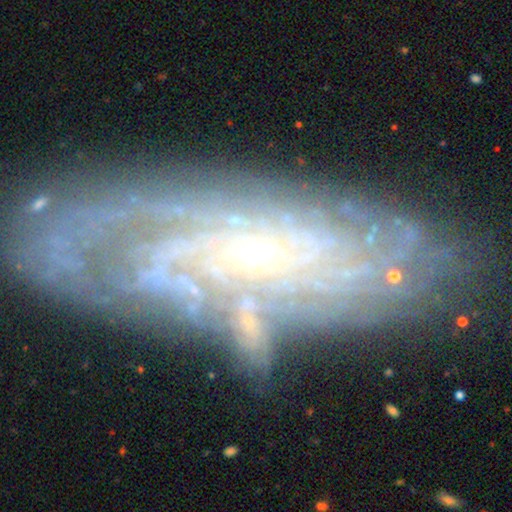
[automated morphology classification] featured or disk 85%, smooth 8%, star or artifact 7%. Down the decision tree: edge-on disk — no (88%); bar — no (65%); spiral arms — yes (95%); spiral arm count — can't tell (39%); spiral winding — tight (71%); bulge size — small (82%); merging — none (73%).